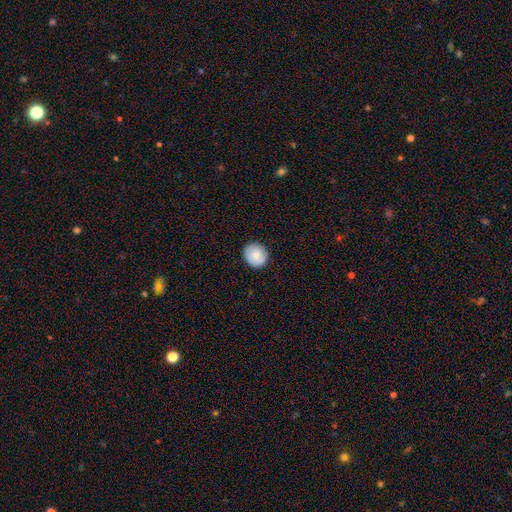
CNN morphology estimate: smooth-or-featured: smooth: 83% | featured or disk: 11% | star or artifact: 7%
  how-rounded: round: 89% | in between: 10% | cigar-shaped: 1%
  merging: none: 89% | minor disturbance: 8% | major disturbance: 2% | merger: 1%